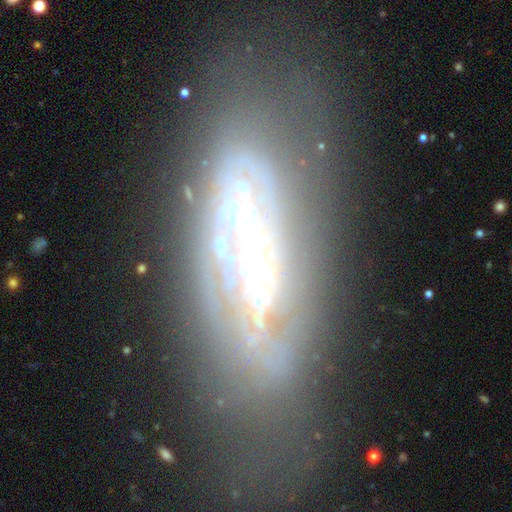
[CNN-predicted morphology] Overall: featured or disk (75%). Edge-on disk: no (70%). Bar: no (43%; strong 34%). Spiral arms: yes (52%; no 48%). Bulge size: moderate (32%; small 28%). Merging: none (53%; minor disturbance 24%).